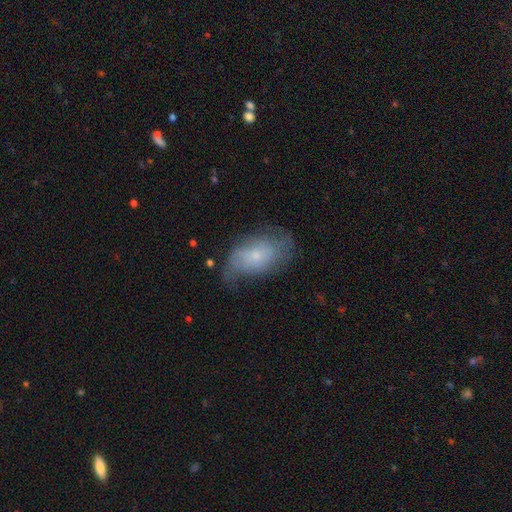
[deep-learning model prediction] Overall: featured or disk (52%; smooth 40%). Edge-on disk: no (94%). Merging: none (49%; minor disturbance 30%).